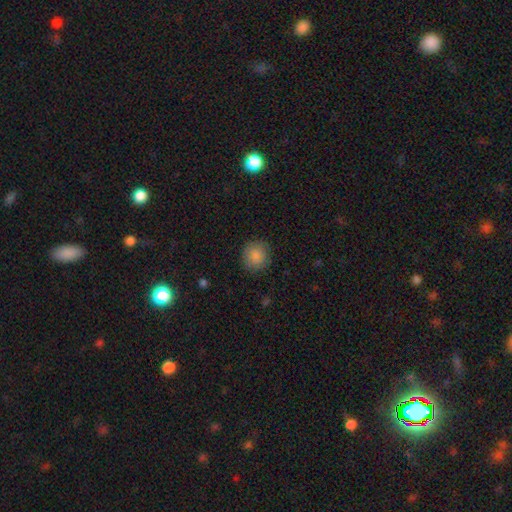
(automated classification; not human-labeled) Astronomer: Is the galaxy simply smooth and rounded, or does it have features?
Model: smooth — 86%.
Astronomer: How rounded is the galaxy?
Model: round — 90%.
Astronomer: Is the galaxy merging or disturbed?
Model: none — 88%.